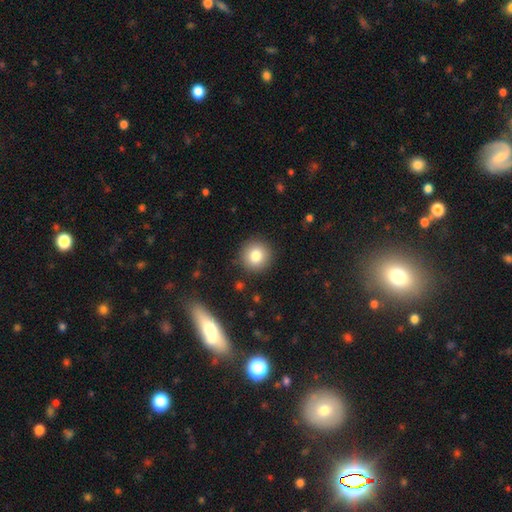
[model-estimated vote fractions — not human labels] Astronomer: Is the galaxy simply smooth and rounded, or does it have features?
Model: smooth — 82%.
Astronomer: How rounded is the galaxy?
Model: round — 94%.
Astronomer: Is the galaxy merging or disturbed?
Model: none — 90%.